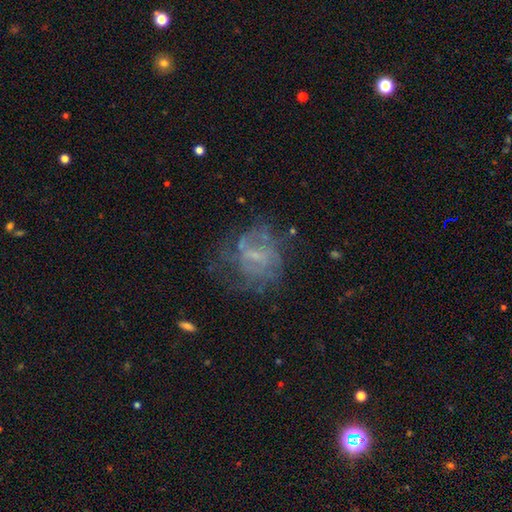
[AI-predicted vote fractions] Smooth or featured?
  - featured or disk: 64% *
  - smooth: 22%
  - star or artifact: 14%
Edge-on disk?
  - no: 97% *
  - yes: 3%
Bar?
  - no: 46% *
  - weak: 44%
  - strong: 10%
Spiral arms?
  - yes: 54% *
  - no: 46%
Bulge size?
  - small: 50% *
  - none: 31%
  - moderate: 17%
  - large: 2%
  - dominant: 1%
Merging?
  - none: 54% *
  - major disturbance: 23%
  - minor disturbance: 20%
  - merger: 3%